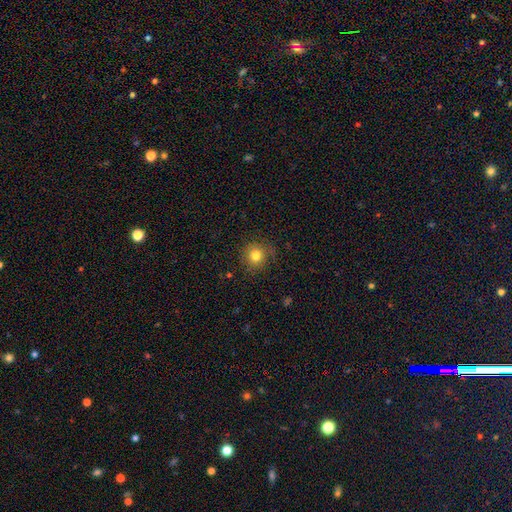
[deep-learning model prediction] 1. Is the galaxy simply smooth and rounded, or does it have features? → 80% smooth, 13% star or artifact, 7% featured or disk.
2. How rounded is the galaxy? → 93% round, 6% in between, 1% cigar-shaped.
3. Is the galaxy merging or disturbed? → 85% none, 10% minor disturbance, 3% major disturbance, 1% merger.